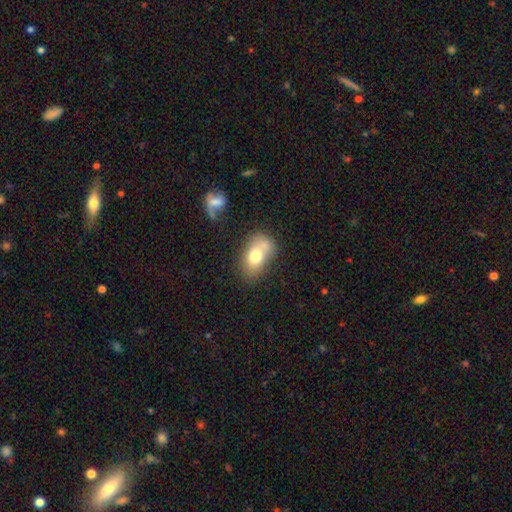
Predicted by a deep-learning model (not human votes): This is likely a smooth galaxy (72%). How rounded: clearly in between (83%). Merging: marginally none (42%).